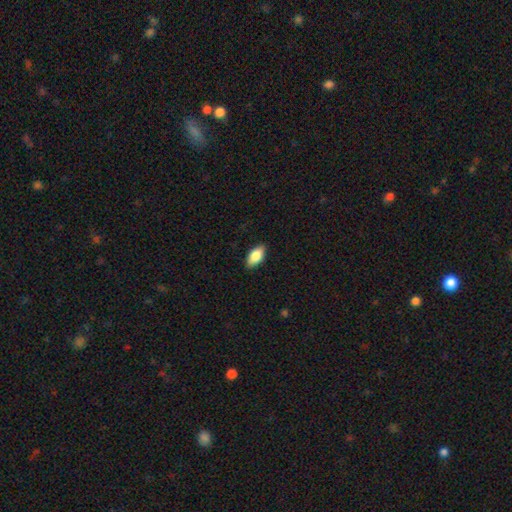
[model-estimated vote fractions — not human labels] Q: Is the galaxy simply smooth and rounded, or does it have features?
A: smooth — 82%.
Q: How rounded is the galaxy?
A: in between — 91%.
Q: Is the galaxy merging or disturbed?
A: none — 88%.